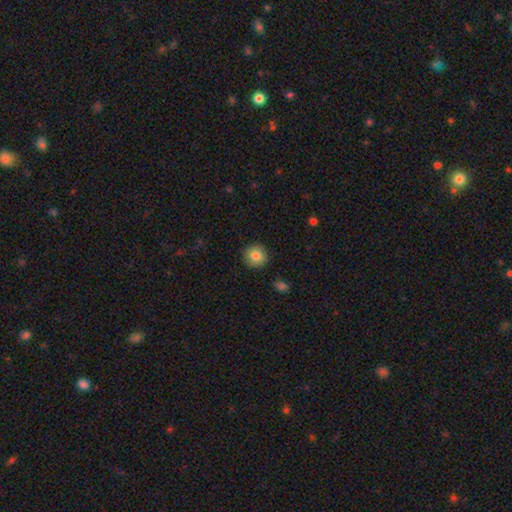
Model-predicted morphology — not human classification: type=smooth (84%); roundness=round (93%); merging=none (91%).